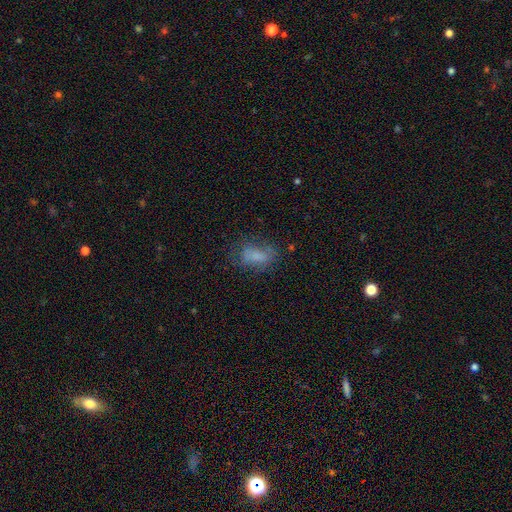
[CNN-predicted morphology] smooth_or_featured: smooth (p=0.68) [alt: featured or disk p=0.20]
how_rounded: in between (p=0.86) [alt: round p=0.09]
merging: none (p=0.55) [alt: minor disturbance p=0.25]